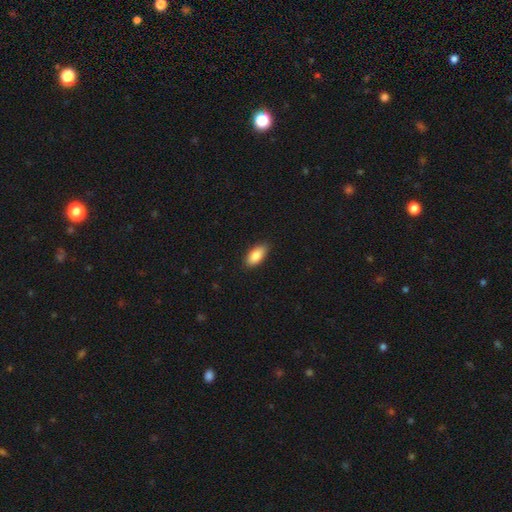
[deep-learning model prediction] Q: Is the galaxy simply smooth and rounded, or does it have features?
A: smooth — 85%.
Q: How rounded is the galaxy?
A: in between — 91%.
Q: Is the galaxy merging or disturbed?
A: none — 86%.